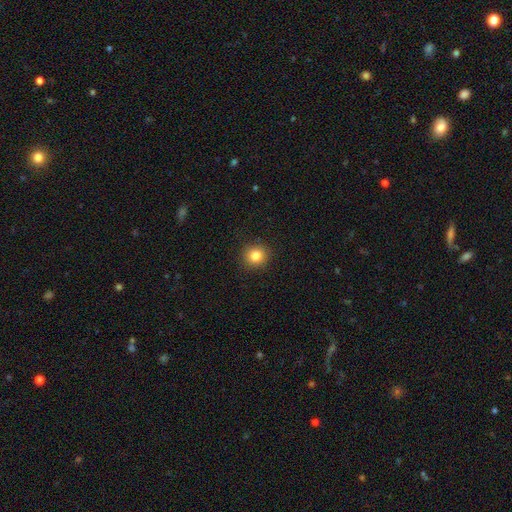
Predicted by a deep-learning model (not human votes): Overall: smooth (83%). How rounded: round (90%). Merging: none (92%).